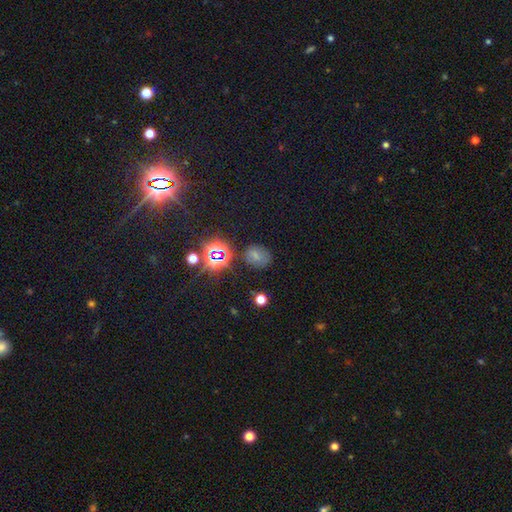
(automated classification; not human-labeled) smooth 59%, star or artifact 29%, featured or disk 12%. Down the decision tree: how rounded — round (50%); merging — none (73%).